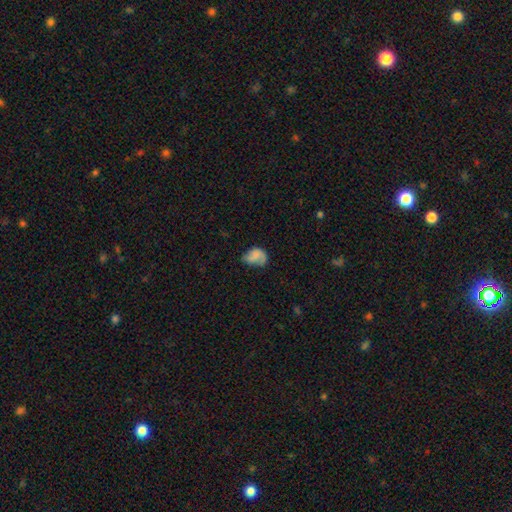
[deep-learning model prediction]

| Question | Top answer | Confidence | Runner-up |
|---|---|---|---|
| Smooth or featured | smooth | 66% | featured or disk (24%) |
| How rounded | in between | 66% | round (32%) |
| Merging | minor disturbance | 39% | none (37%) |